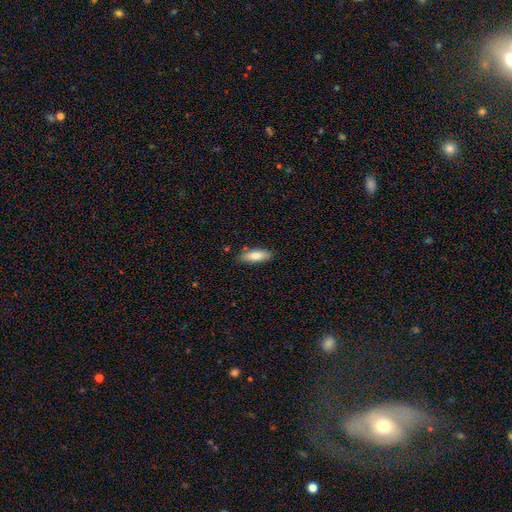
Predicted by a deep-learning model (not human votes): This is clearly a smooth galaxy (80%). How rounded: likely in between (64%). Merging: clearly none (82%).